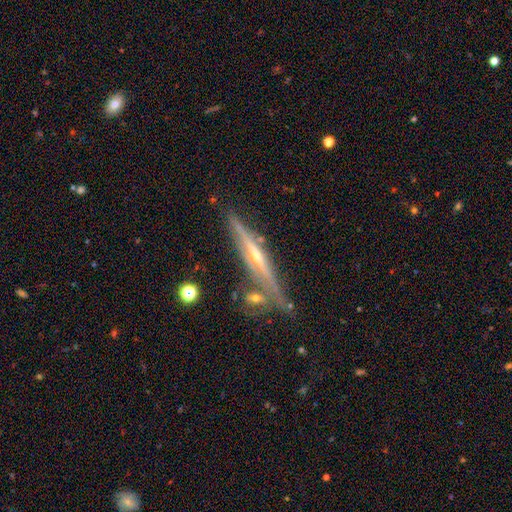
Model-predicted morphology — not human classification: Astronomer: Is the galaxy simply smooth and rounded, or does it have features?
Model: featured or disk — 80%.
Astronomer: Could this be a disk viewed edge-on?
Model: yes — 95%.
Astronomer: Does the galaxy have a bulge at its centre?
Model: rounded — 69%.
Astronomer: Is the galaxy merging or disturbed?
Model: none — 74%.